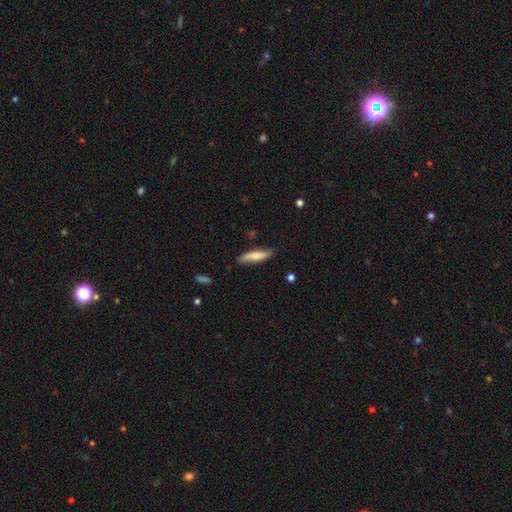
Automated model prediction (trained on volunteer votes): Morphology: type=smooth (72%); roundness=cigar-shaped (75%); merging=none (81%).